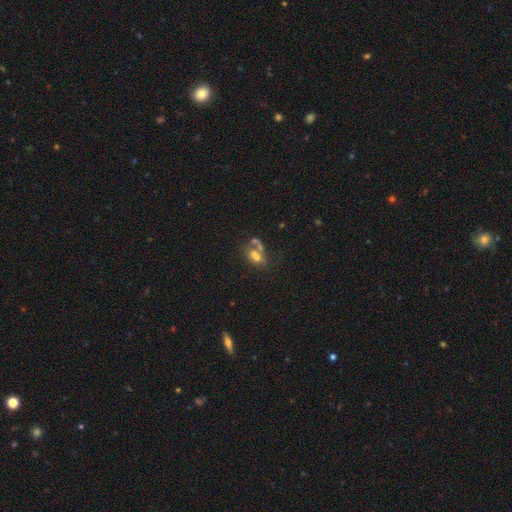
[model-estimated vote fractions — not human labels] This appears to be a smooth galaxy with no disk features (48%). Merging: merger (52%).